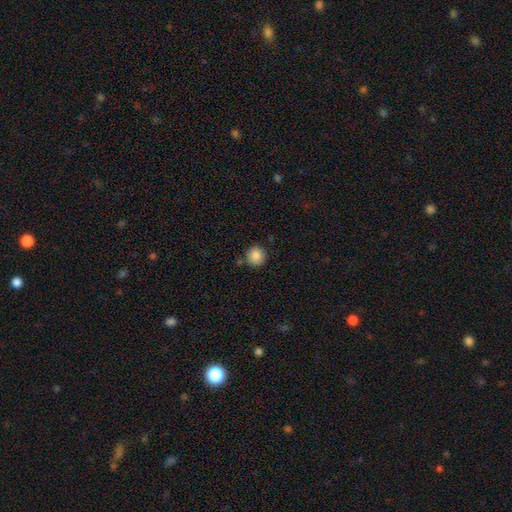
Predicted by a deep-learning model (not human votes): smooth-or-featured: smooth: 87% | star or artifact: 9% | featured or disk: 4%
  how-rounded: round: 94% | in between: 5% | cigar-shaped: 1%
  merging: none: 84% | minor disturbance: 8% | merger: 5% | major disturbance: 2%